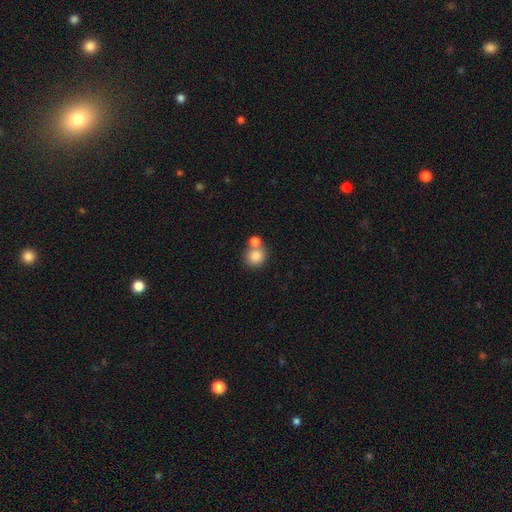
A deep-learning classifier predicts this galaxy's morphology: A smooth galaxy with no disk features (83%) that is round (86%).

Vote fractions:
- Smooth or featured? smooth: 83% / star or artifact: 9% / featured or disk: 7%
- How rounded? round: 86% / in between: 13% / cigar-shaped: 1%
- Merging? none: 50% / merger: 39% / minor disturbance: 8% / major disturbance: 3%